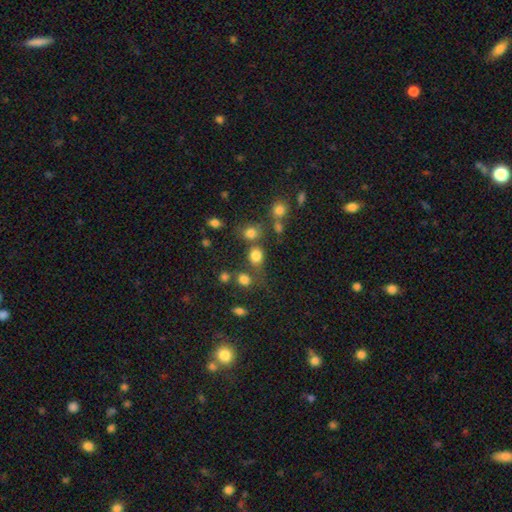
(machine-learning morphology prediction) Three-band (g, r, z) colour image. It shows a smooth galaxy with no disk features (78%) that is round (72%). Merging: none (60%).